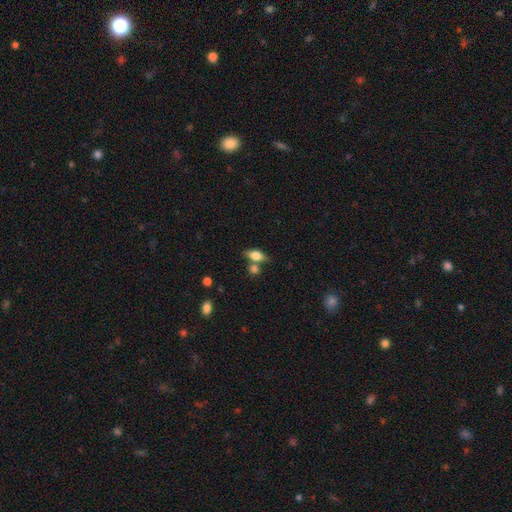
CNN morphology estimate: Overall: smooth (64%; featured or disk 27%). How rounded: in between (74%). Merging: none (61%).